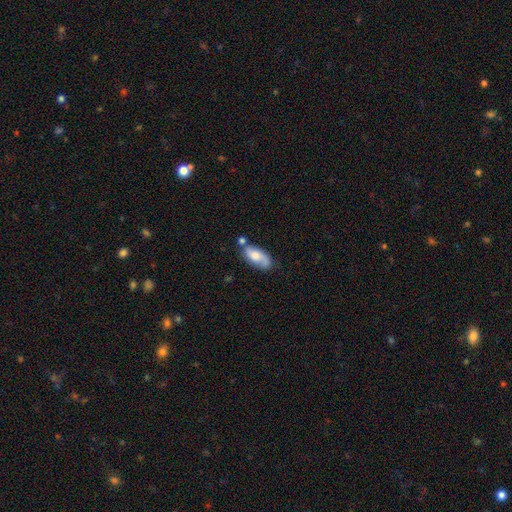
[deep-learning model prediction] Smooth or featured?
  - smooth: 61% *
  - featured or disk: 33%
  - star or artifact: 7%
How rounded?
  - in between: 84% *
  - cigar-shaped: 13%
  - round: 3%
Merging?
  - none: 52% *
  - minor disturbance: 23%
  - merger: 18%
  - major disturbance: 7%